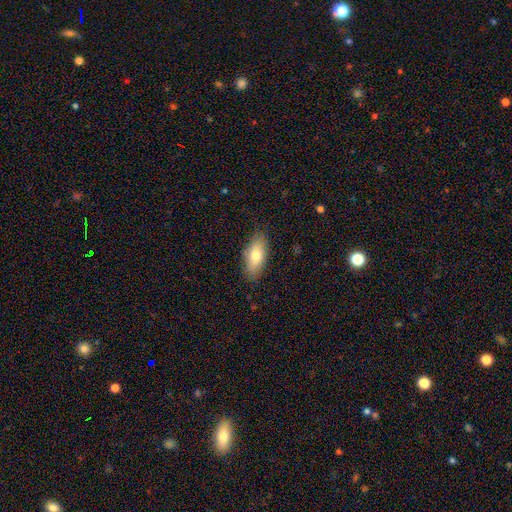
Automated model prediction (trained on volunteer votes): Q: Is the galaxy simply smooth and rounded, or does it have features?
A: smooth — 75%.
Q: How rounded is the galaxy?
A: in between — 85%.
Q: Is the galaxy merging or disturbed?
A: none — 82%.